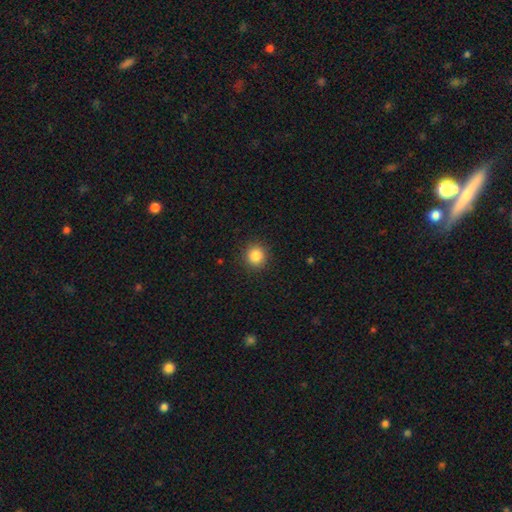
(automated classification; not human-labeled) This is clearly a smooth galaxy (85%). How rounded: clearly round (93%). Merging: clearly none (91%).